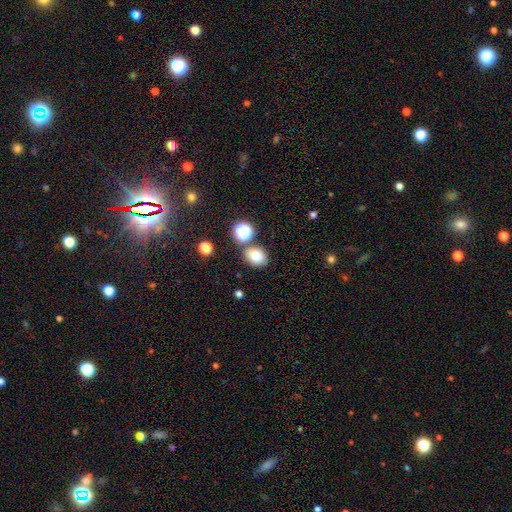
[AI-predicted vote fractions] This appears to be a smooth galaxy with no disk features (80%) that is in between round and cigar-shaped (67%). Merging: none (73%).